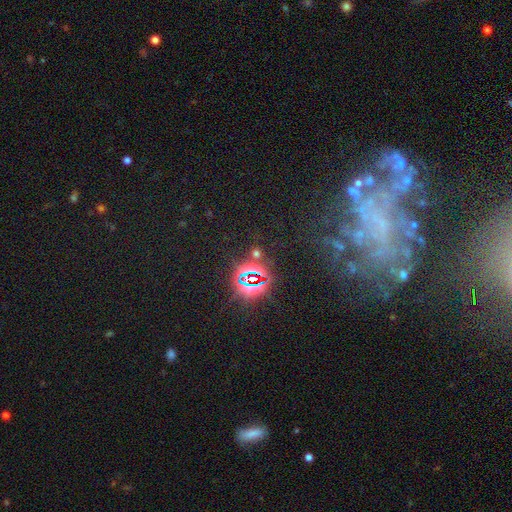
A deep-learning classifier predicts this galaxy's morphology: Q: Smooth or featured?
A: star or artifact (71%); runner-up: smooth (15%)